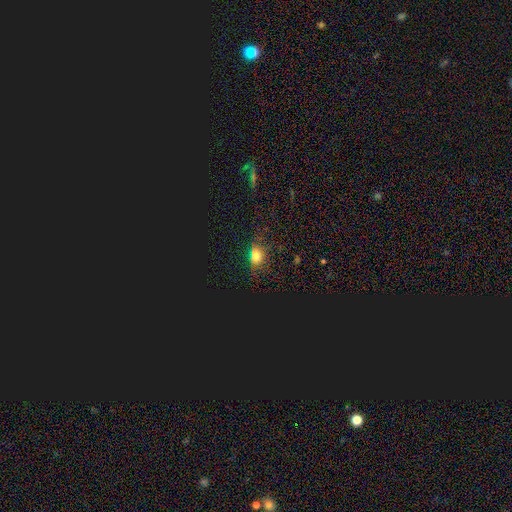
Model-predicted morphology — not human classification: This is possibly a smooth galaxy (60%). How rounded: possibly in between (53%). Merging: likely none (78%).